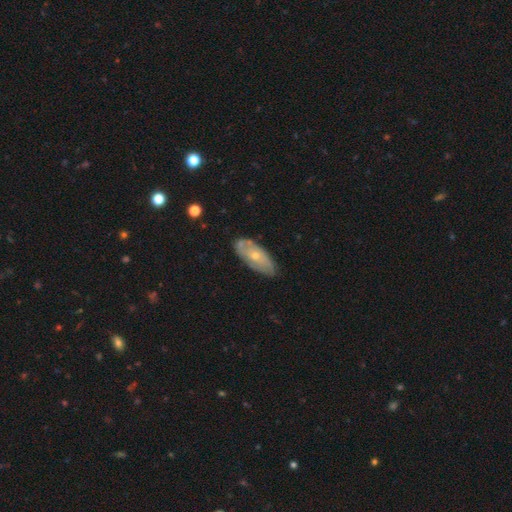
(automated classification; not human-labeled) smooth_or_featured: featured or disk (p=0.53) [alt: smooth p=0.41]
disk_edge_on: no (p=0.85) [alt: yes p=0.15]
merging: none (p=0.71) [alt: minor disturbance p=0.22]